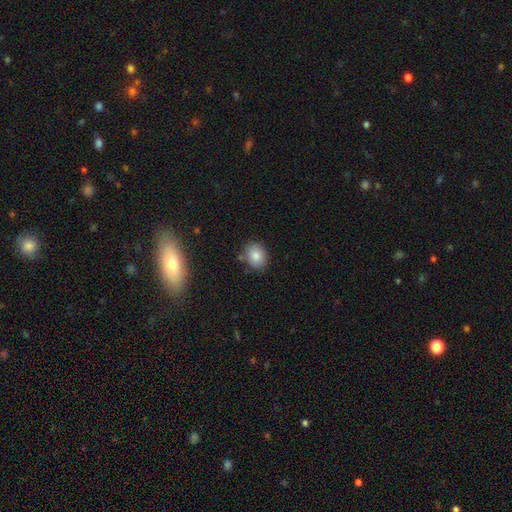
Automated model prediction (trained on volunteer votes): A smooth galaxy with no disk features (83%) that is round (51%). Merging: none (80%).